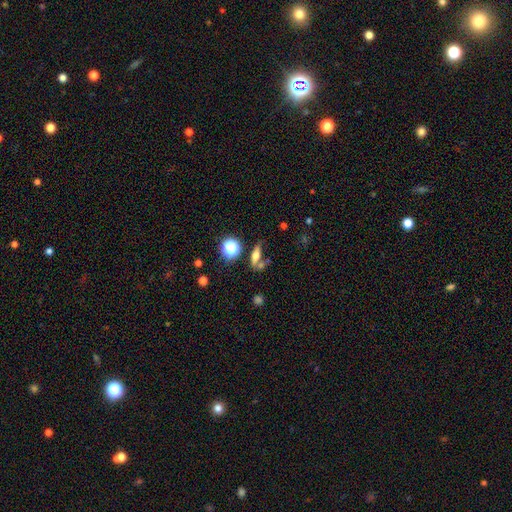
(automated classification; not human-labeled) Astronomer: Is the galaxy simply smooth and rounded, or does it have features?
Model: smooth — 55% (runner-up: featured or disk, 30%).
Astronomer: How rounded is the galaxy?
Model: in between — 50% (runner-up: cigar-shaped, 37%).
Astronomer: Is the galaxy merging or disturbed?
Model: none — 56%.